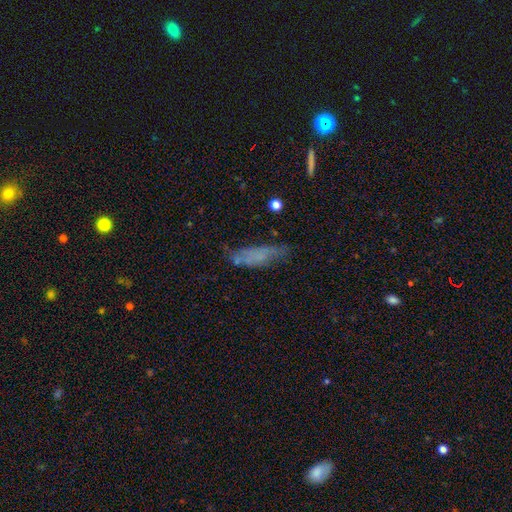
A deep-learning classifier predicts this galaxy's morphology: Smooth or featured?
  - smooth: 54% *
  - featured or disk: 33%
  - star or artifact: 13%
How rounded?
  - cigar-shaped: 56% *
  - in between: 41%
  - round: 2%
Merging?
  - none: 54% *
  - minor disturbance: 27%
  - major disturbance: 14%
  - merger: 5%